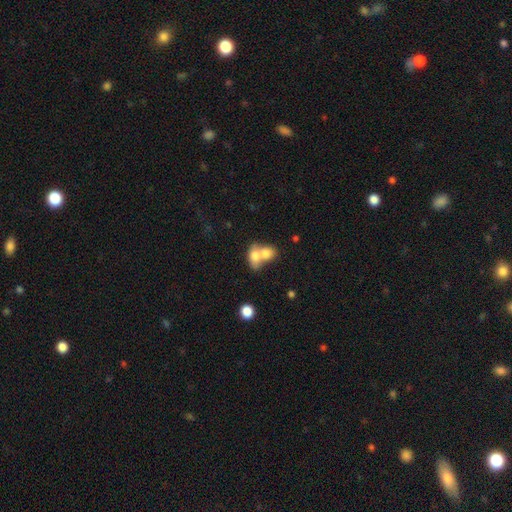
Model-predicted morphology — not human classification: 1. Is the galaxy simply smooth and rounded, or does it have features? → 74% smooth, 18% featured or disk, 8% star or artifact.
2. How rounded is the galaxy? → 68% in between, 30% round, 2% cigar-shaped.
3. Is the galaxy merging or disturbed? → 73% merger, 18% none, 6% minor disturbance, 4% major disturbance.